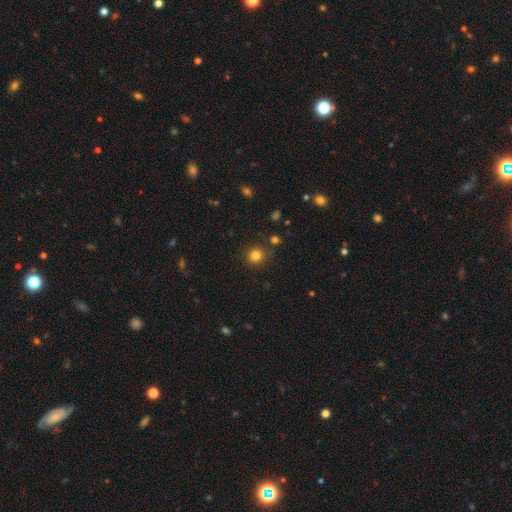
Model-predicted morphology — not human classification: Overall: smooth (80%). How rounded: round (92%). Merging: none (85%).